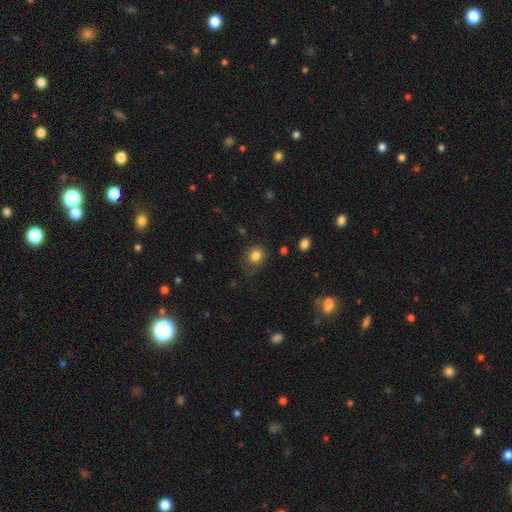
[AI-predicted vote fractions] Smooth or featured: smooth — 83% (star or artifact — 12%)
How rounded: round — 74% (in between — 25%)
Merging: none — 75% (minor disturbance — 17%)